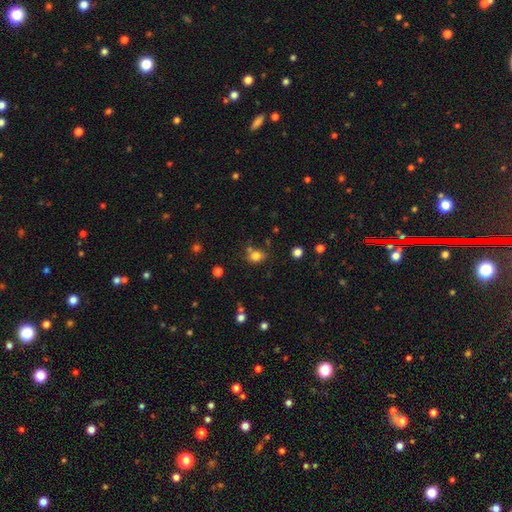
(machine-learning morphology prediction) A smooth galaxy with no disk features (79%) that is in between round and cigar-shaped (52%).

Vote fractions:
- Smooth or featured? smooth: 79% / star or artifact: 14% / featured or disk: 7%
- How rounded? in between: 52% / round: 47% / cigar-shaped: 1%
- Merging? none: 65% / minor disturbance: 17% / merger: 13% / major disturbance: 5%